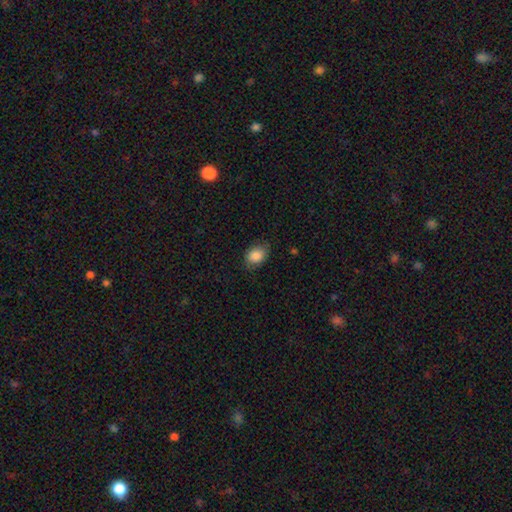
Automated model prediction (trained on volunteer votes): Overall: smooth (87%). How rounded: in between (68%; round 31%). Merging: none (73%).